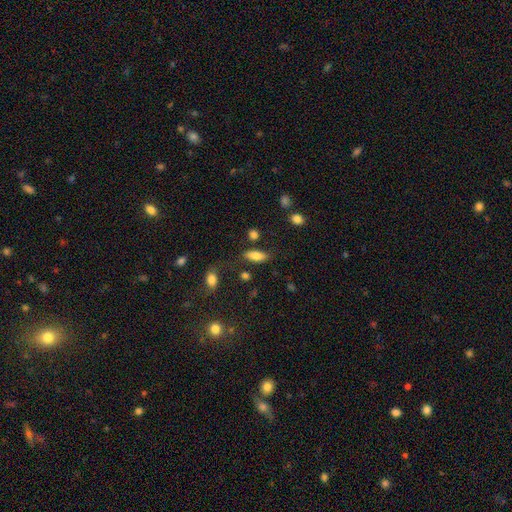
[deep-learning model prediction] Smooth or featured? Predicted: smooth (p=0.78). How rounded? Predicted: in between (p=0.76). Merging? Predicted: none (p=0.76).